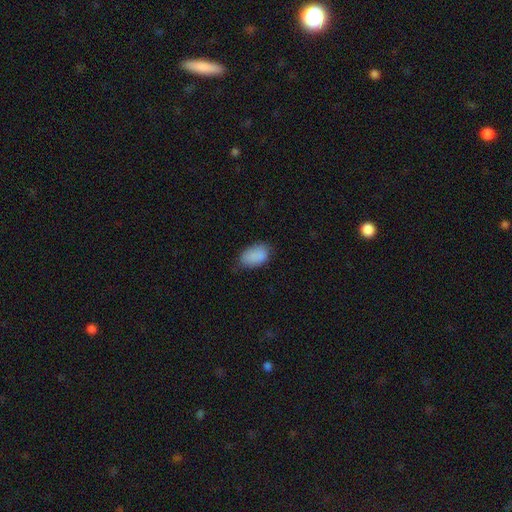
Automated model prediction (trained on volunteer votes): This appears to be a smooth galaxy with no disk features (88%) that is in between round and cigar-shaped (92%). Merging: none (68%).